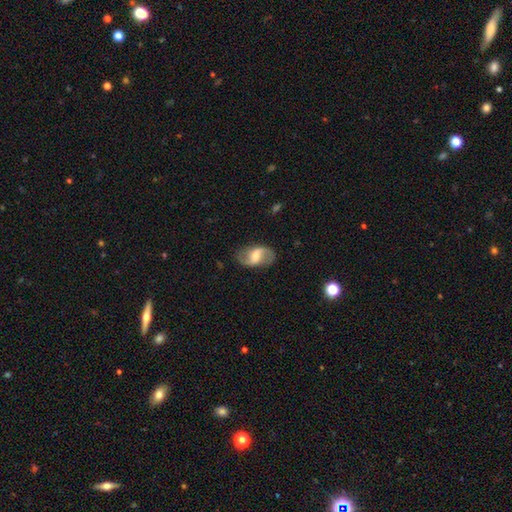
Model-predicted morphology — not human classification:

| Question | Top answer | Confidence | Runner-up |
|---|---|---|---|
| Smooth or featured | featured or disk | 72% | smooth (22%) |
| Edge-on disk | no | 96% | yes (4%) |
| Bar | weak | 49% | strong (31%) |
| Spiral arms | yes | 88% | no (12%) |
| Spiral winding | loose | 62% | medium (30%) |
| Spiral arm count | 2 | 90% | can't tell (4%) |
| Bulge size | moderate | 50% | small (34%) |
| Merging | none | 80% | minor disturbance (14%) |